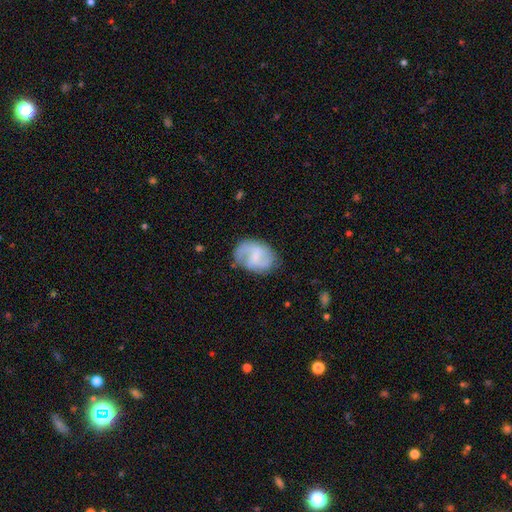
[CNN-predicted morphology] Smooth or featured? featured or disk (65%)
Edge-on disk? no (98%)
Bar? weak (56%)
Spiral arms? yes (88%)
Spiral winding? medium (44%)
Spiral arm count? 2 (71%)
Bulge size? small (49%)
Merging? none (67%)